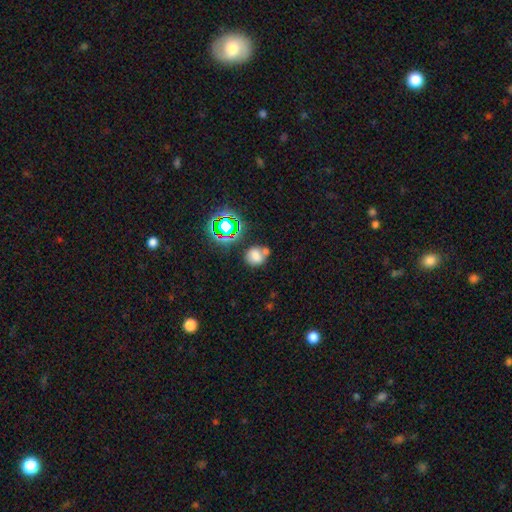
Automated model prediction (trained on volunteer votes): Overall: smooth (68%). How rounded: round (69%; in between 30%). Merging: none (50%; merger 30%).